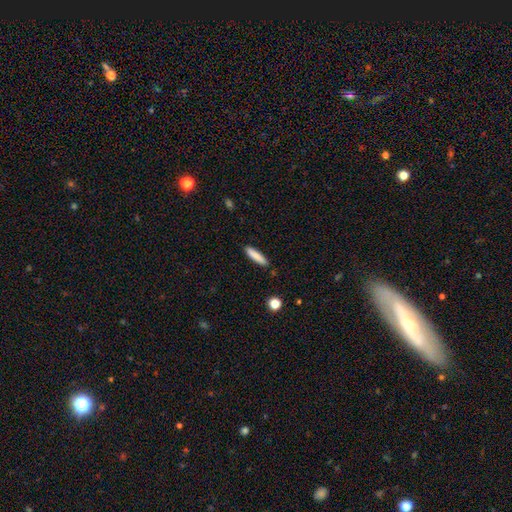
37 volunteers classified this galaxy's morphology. Volunteers were most divided on "how rounded": cigar-shaped: 81%, in between: 19%, round: 0%. More confident: merging — none (97%); smooth or featured — smooth (84%).